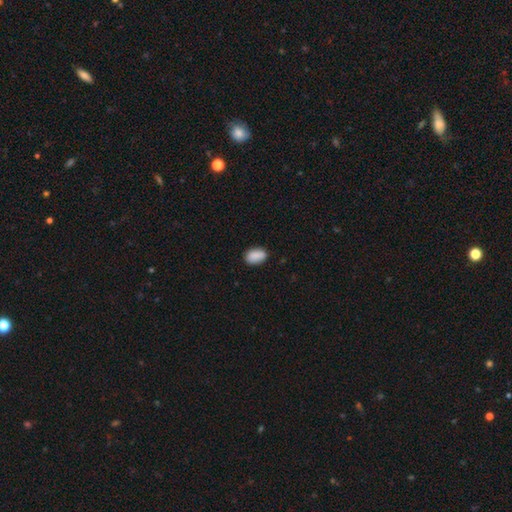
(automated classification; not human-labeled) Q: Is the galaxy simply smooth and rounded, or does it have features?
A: smooth — 88%.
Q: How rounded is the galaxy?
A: in between — 86%.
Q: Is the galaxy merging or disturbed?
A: none — 81%.